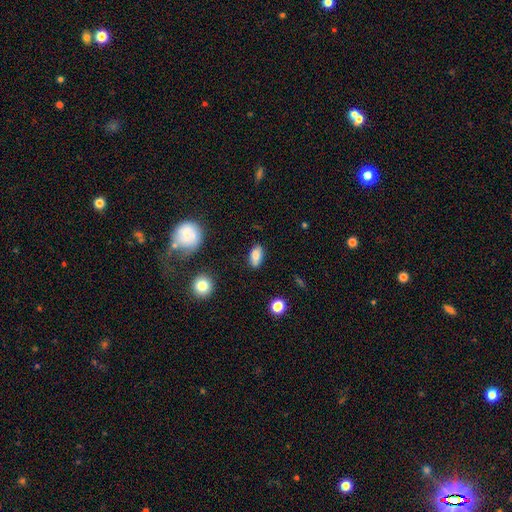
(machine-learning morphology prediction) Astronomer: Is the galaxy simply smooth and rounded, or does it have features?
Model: smooth — 79%.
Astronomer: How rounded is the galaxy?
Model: in between — 88%.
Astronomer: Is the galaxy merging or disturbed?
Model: none — 78%.